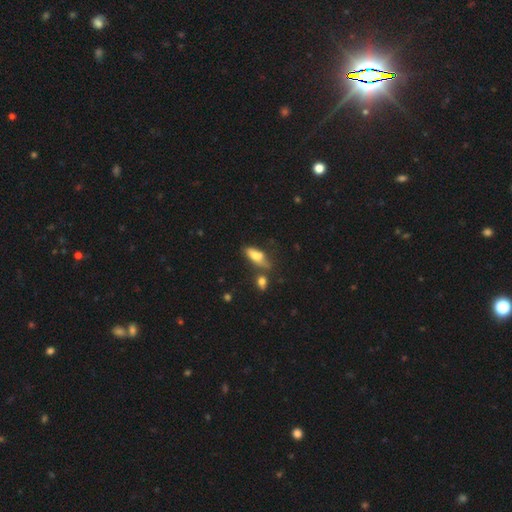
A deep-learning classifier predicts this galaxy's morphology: A smooth galaxy with no disk features (73%) that is in between round and cigar-shaped (71%). Merging: none (45%).